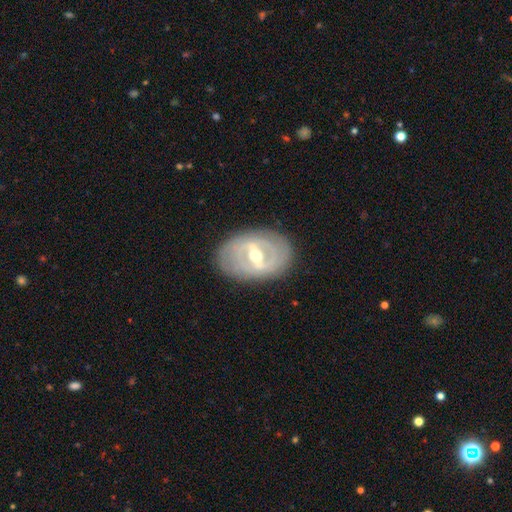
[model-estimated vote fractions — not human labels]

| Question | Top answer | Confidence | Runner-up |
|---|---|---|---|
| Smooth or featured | featured or disk | 83% | smooth (12%) |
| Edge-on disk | no | 93% | yes (7%) |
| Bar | strong | 63% | weak (30%) |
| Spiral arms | yes | 64% | no (36%) |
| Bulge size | moderate | 68% | small (27%) |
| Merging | none | 83% | minor disturbance (12%) |